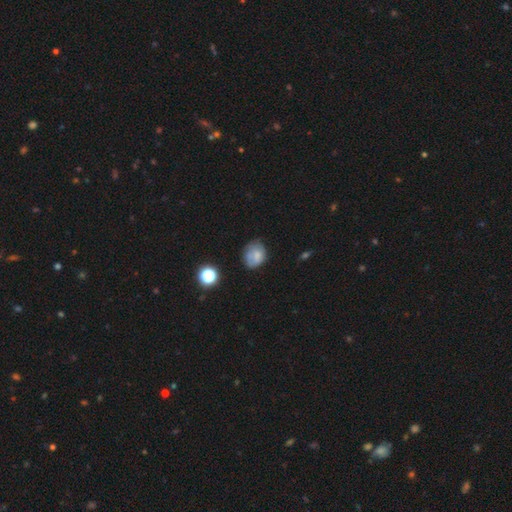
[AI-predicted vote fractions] A smooth galaxy with no disk features (67%) that is round (51%). Merging: none (55%).